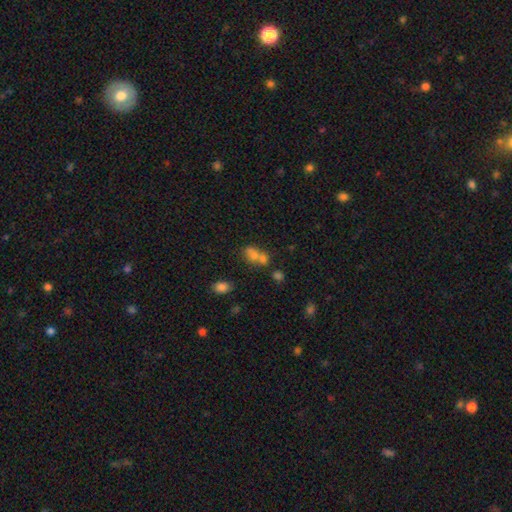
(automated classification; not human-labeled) Smooth or featured?
  - smooth: 67% *
  - featured or disk: 18%
  - star or artifact: 15%
How rounded?
  - in between: 67% *
  - round: 28%
  - cigar-shaped: 5%
Merging?
  - merger: 55% *
  - none: 28%
  - minor disturbance: 10%
  - major disturbance: 7%